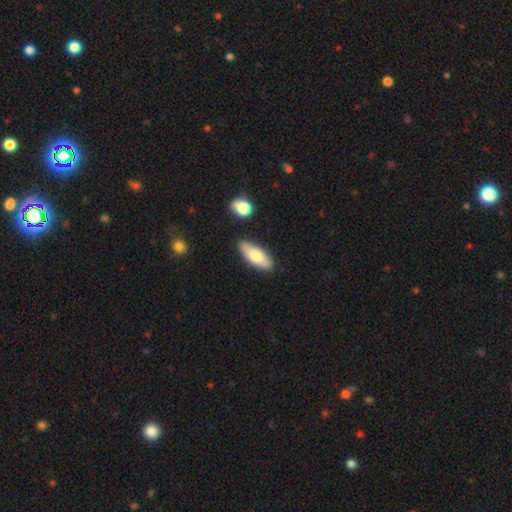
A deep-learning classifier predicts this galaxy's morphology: This is likely a smooth galaxy (68%). How rounded: likely in between (69%). Merging: clearly none (84%).